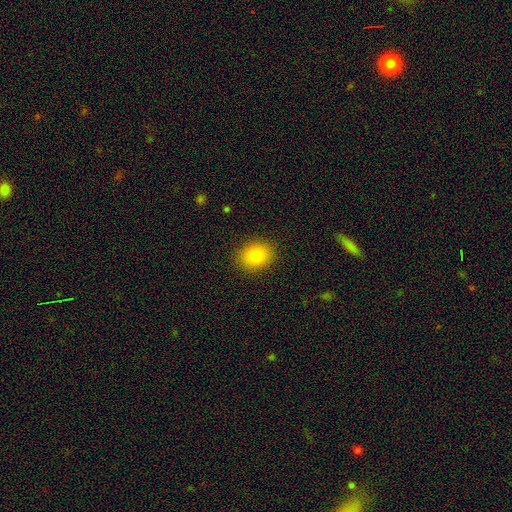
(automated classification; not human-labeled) Smooth or featured? Predicted: smooth (p=0.82). How rounded? Predicted: round (p=0.56). Merging? Predicted: none (p=0.90).